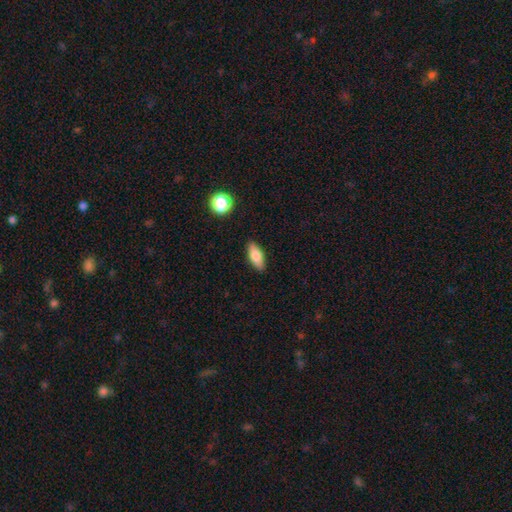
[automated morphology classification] A smooth galaxy with no disk features (78%) that is in between round and cigar-shaped (78%). Merging: none (87%).